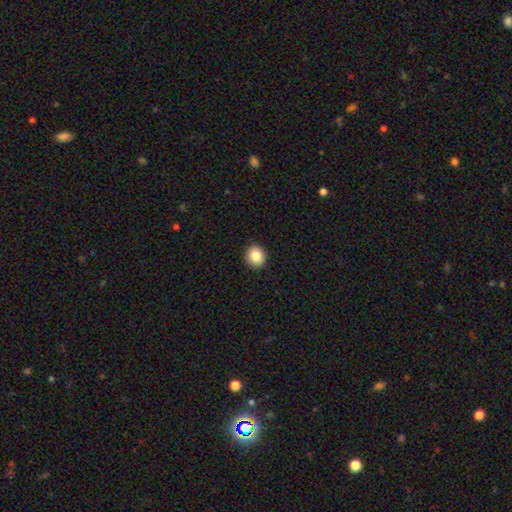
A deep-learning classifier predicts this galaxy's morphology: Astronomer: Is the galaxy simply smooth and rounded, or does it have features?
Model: smooth — 84%.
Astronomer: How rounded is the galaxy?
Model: round — 89%.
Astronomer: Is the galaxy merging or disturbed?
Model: none — 92%.